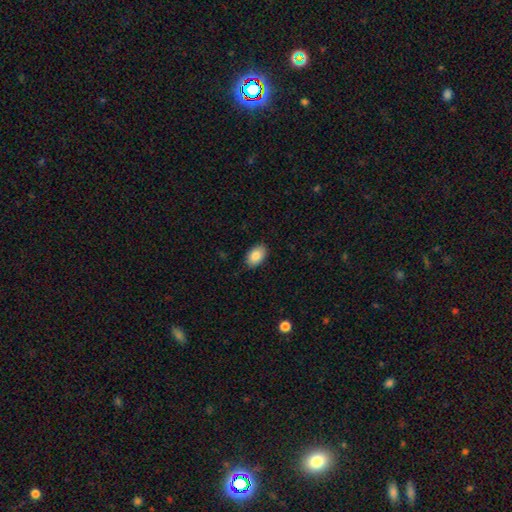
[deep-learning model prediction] smooth 86%, star or artifact 7%, featured or disk 6%. Down the decision tree: how rounded — in between (88%); merging — none (87%).